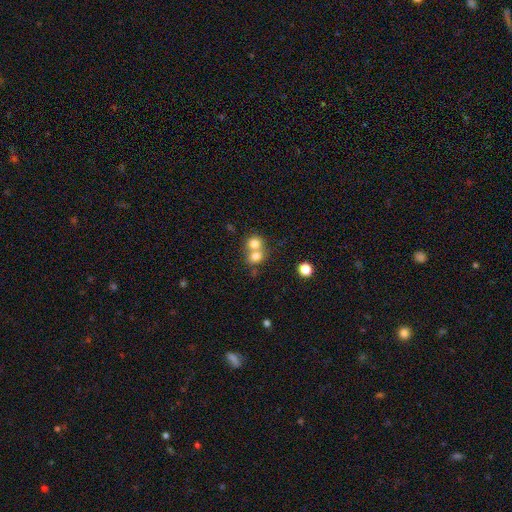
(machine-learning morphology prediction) The model was most divided on "merging": merger: 61%, none: 31%, minor disturbance: 5%, major disturbance: 3%. More confident: smooth or featured — smooth (75%); how rounded — round (73%).